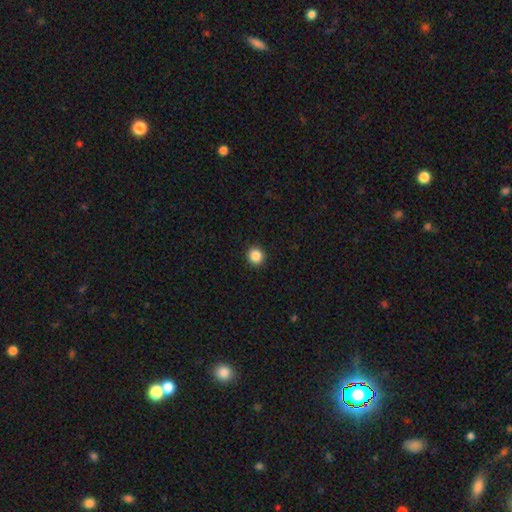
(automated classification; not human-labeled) This appears to be a smooth galaxy with no disk features (87%) that is round (91%). Merging: none (93%).